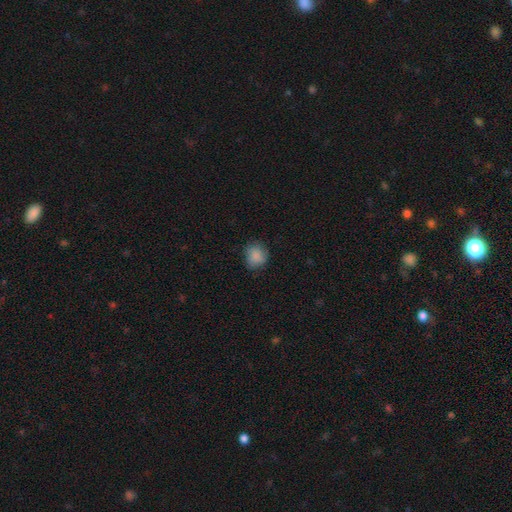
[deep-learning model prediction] A smooth galaxy with no disk features (84%) that is round (72%).

Vote fractions:
- Smooth or featured? smooth: 84% / star or artifact: 8% / featured or disk: 8%
- How rounded? round: 72% / in between: 27% / cigar-shaped: 1%
- Merging? none: 75% / minor disturbance: 19% / major disturbance: 5% / merger: 1%